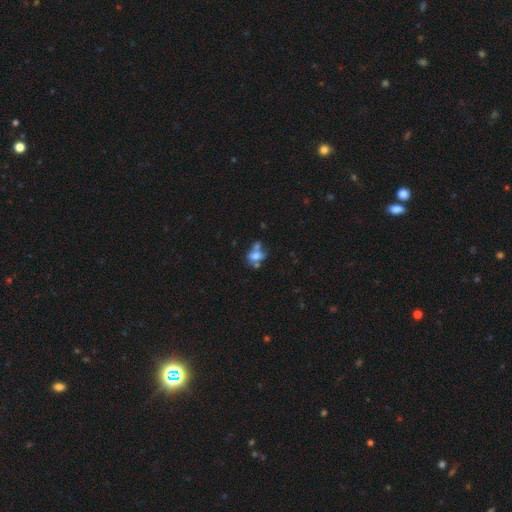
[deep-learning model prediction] Smooth or featured? smooth (59%)
How rounded? in between (75%)
Merging? merger (43%)